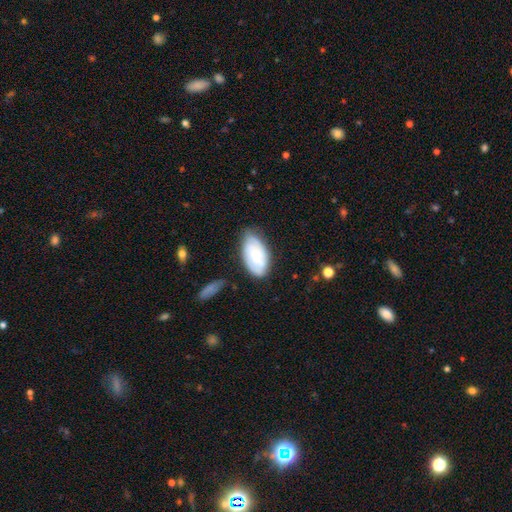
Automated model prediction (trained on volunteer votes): This is possibly a smooth galaxy (52%). How rounded: clearly in between (93%). Merging: likely none (66%).